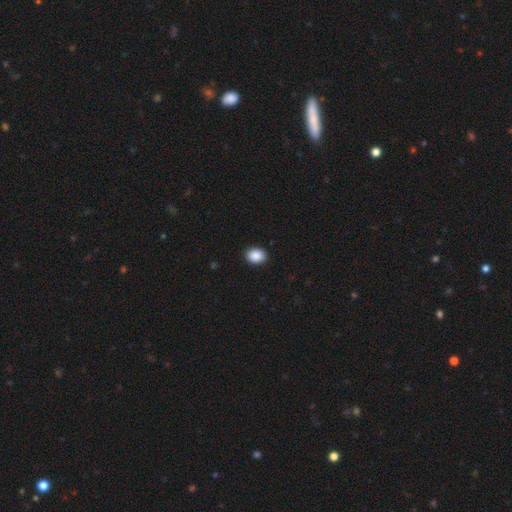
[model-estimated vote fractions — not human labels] A smooth galaxy with no disk features (90%) that is in between round and cigar-shaped (64%). Merging: none (91%).